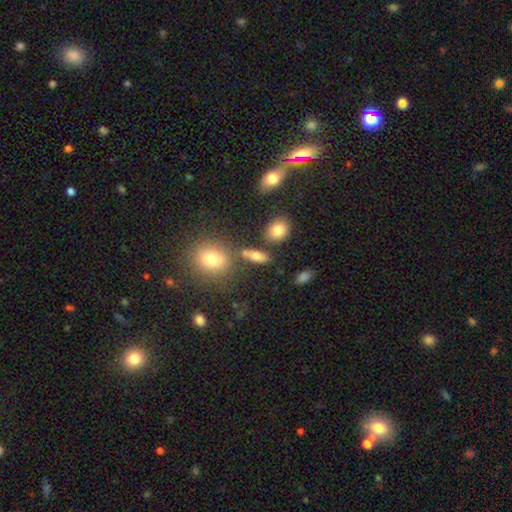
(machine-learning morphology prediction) Smooth or featured? Predicted: smooth (p=0.70). How rounded? Predicted: in between (p=0.59). Merging? Predicted: none (p=0.71).